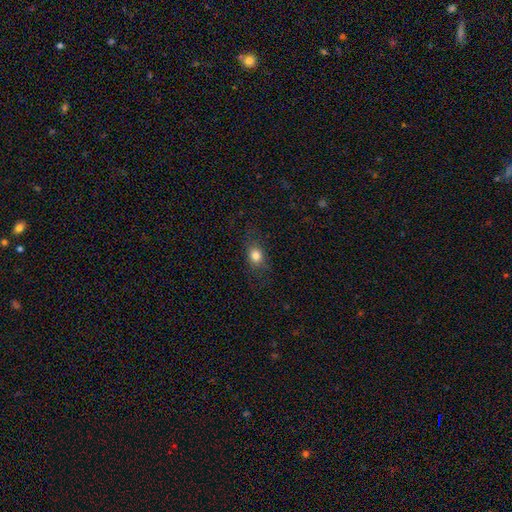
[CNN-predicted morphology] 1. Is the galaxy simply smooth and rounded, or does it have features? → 79% smooth, 11% star or artifact, 10% featured or disk.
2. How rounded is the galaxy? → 49% in between, 48% round, 3% cigar-shaped.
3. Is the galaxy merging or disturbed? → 74% none, 17% minor disturbance, 8% major disturbance, 1% merger.